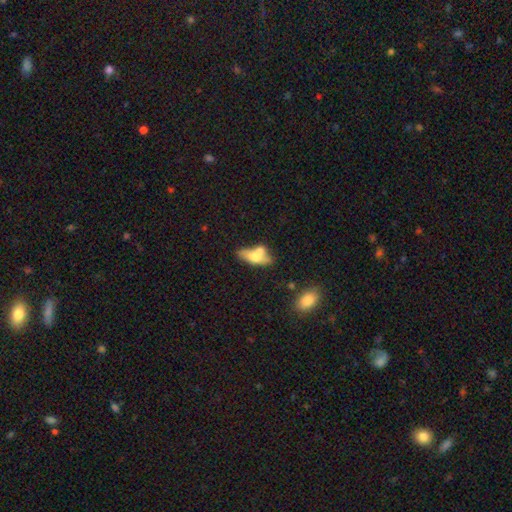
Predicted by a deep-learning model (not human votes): This appears to be a smooth galaxy with no disk features (58%) that is in between round and cigar-shaped (71%). Merging: none (39%).